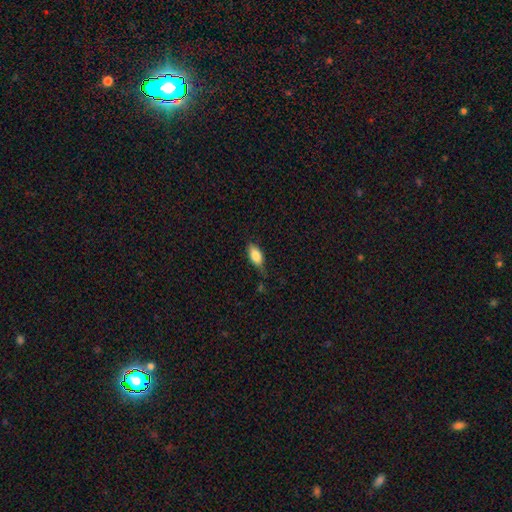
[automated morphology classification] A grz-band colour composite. It shows a smooth galaxy with no disk features (84%) that is in between round and cigar-shaped (89%). Merging: none (62%).